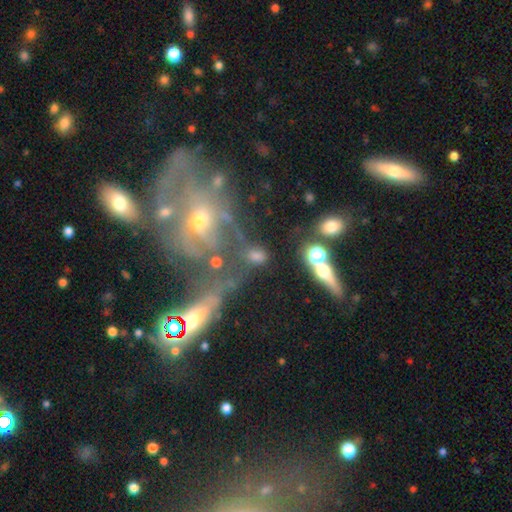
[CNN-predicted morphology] Smooth or featured?
  - smooth: 45% *
  - featured or disk: 38%
  - star or artifact: 17%
Merging?
  - none: 40% *
  - merger: 34%
  - minor disturbance: 15%
  - major disturbance: 12%